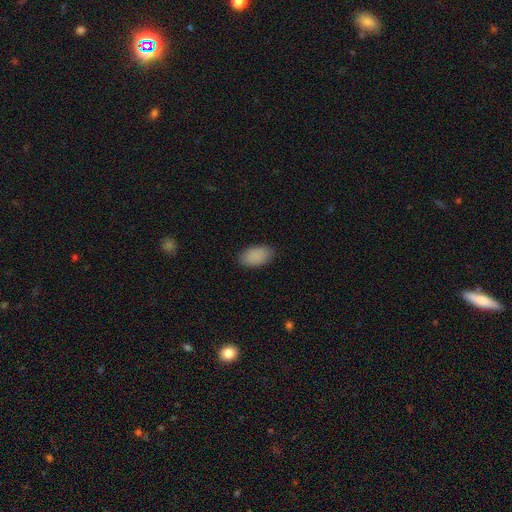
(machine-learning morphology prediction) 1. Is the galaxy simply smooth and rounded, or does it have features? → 90% smooth, 7% star or artifact, 4% featured or disk.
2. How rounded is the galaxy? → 94% in between, 4% round, 2% cigar-shaped.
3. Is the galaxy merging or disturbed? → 86% none, 10% minor disturbance, 2% major disturbance, 1% merger.